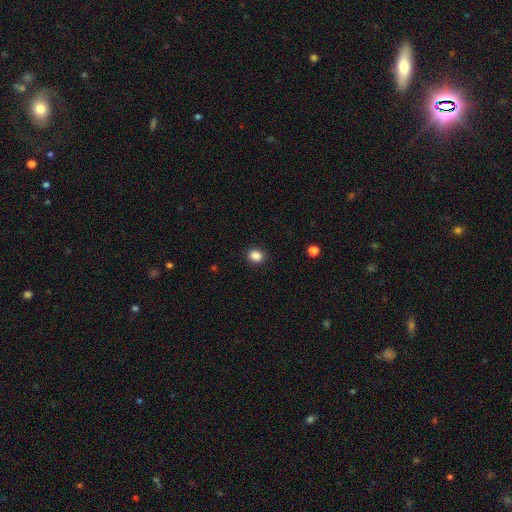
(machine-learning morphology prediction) Smooth or featured? Predicted: smooth (p=0.87). How rounded? Predicted: round (p=0.71). Merging? Predicted: none (p=0.90).